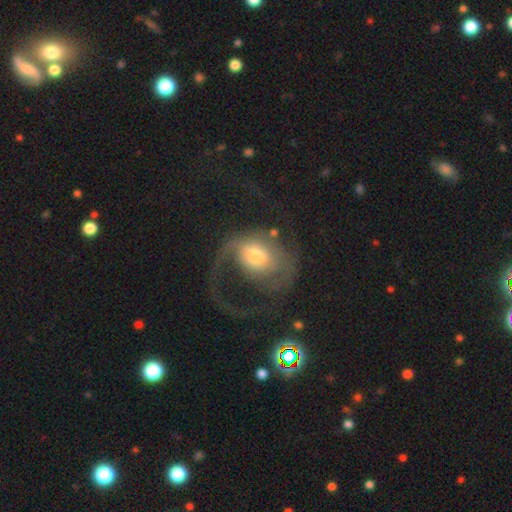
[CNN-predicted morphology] Smooth or featured? featured or disk (68%)
Edge-on disk? no (97%)
Bar? no (62%)
Spiral arms? yes (77%)
Spiral winding? loose (48%)
Spiral arm count? 1 (52%)
Bulge size? moderate (54%)
Merging? major disturbance (55%)